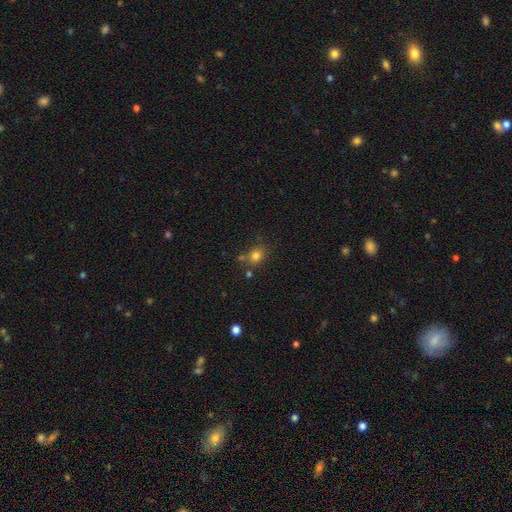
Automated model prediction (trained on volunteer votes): A smooth galaxy with no disk features (78%) that is round (57%).

Vote fractions:
- Smooth or featured? smooth: 78% / star or artifact: 14% / featured or disk: 8%
- How rounded? round: 57% / in between: 42% / cigar-shaped: 1%
- Merging? none: 66% / minor disturbance: 15% / merger: 14% / major disturbance: 5%